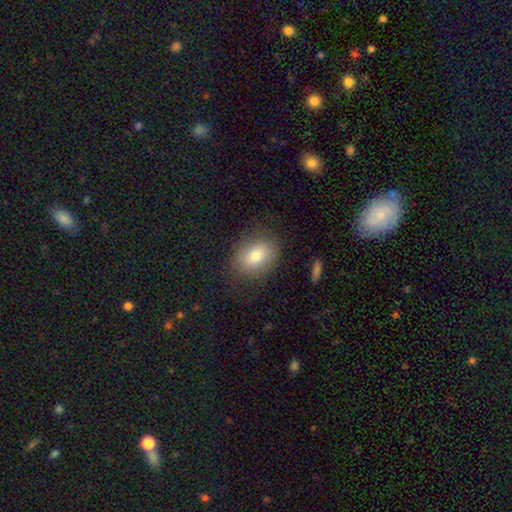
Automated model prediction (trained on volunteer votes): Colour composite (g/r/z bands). It shows a smooth galaxy with no disk features (77%) that is in between round and cigar-shaped (64%). Merging: none (80%).